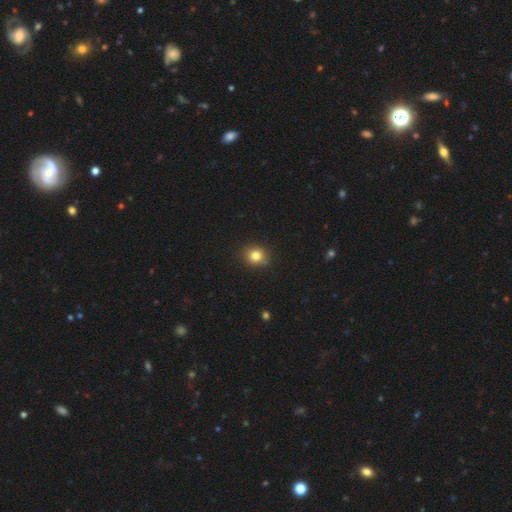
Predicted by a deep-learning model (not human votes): Overall: smooth (82%). How rounded: round (82%). Merging: none (86%).